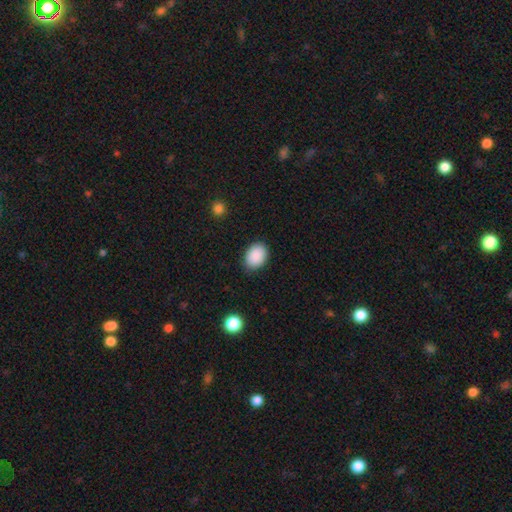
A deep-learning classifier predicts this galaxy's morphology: A smooth galaxy with no disk features (90%) that is in between round and cigar-shaped (73%). Merging: none (87%).